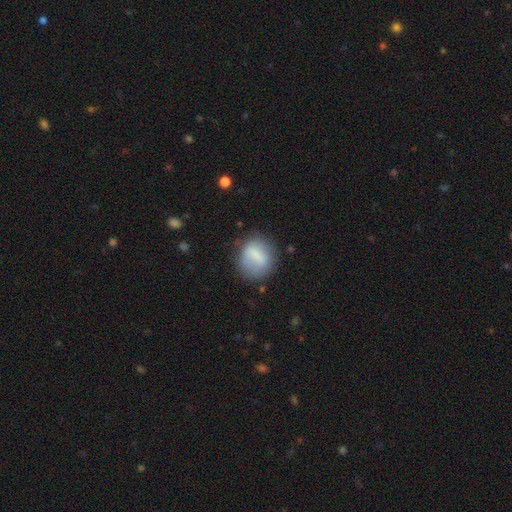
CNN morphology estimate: Smooth or featured? smooth (69%)
How rounded? round (70%)
Merging? none (66%)